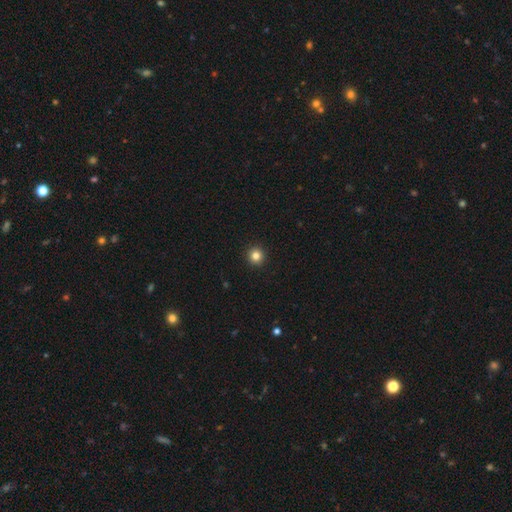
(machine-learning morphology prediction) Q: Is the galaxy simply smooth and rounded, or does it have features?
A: smooth — 83%.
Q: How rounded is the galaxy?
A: round — 96%.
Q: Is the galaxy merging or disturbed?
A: none — 94%.